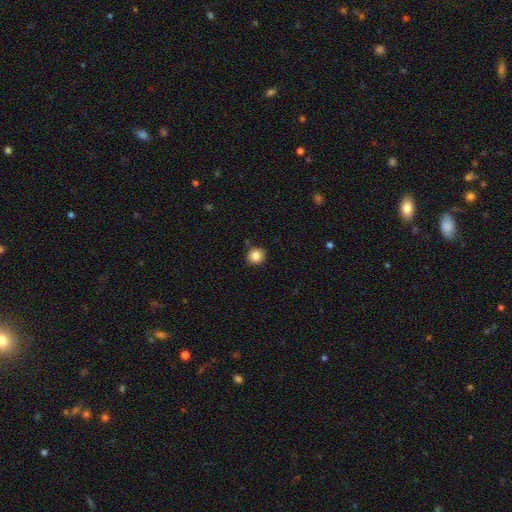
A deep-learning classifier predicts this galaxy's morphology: This is clearly a smooth galaxy (84%). How rounded: clearly round (87%). Merging: clearly none (89%).